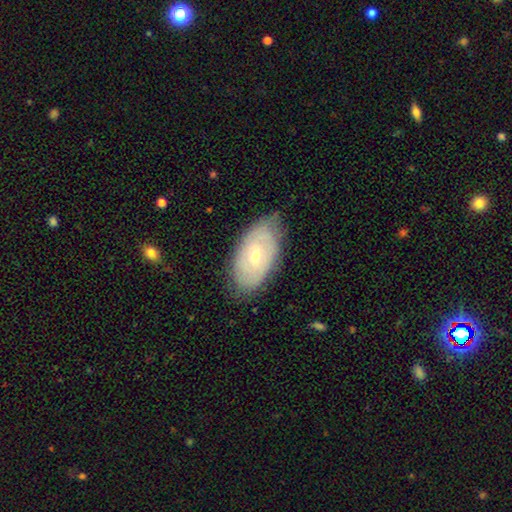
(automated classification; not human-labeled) smooth_or_featured: featured or disk (p=0.56) [alt: smooth p=0.37]
disk_edge_on: no (p=0.91) [alt: yes p=0.09]
bar: no (p=0.68) [alt: weak p=0.26]
has_spiral_arms: yes (p=0.56) [alt: no p=0.44]
bulge_size: small (p=0.55) [alt: moderate p=0.43]
merging: none (p=0.74) [alt: minor disturbance p=0.21]